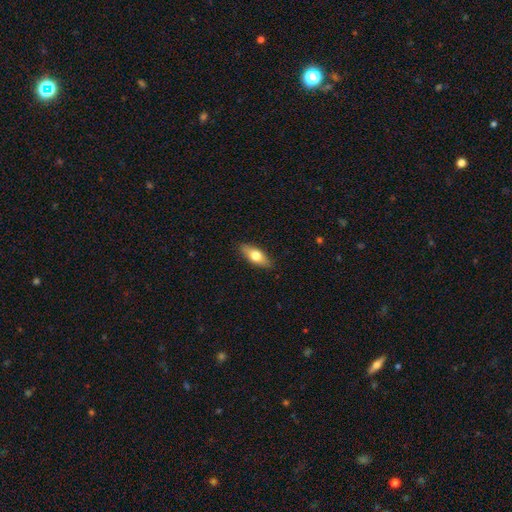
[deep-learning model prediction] Overall: smooth (66%; featured or disk 28%). How rounded: in between (73%). Merging: none (87%).